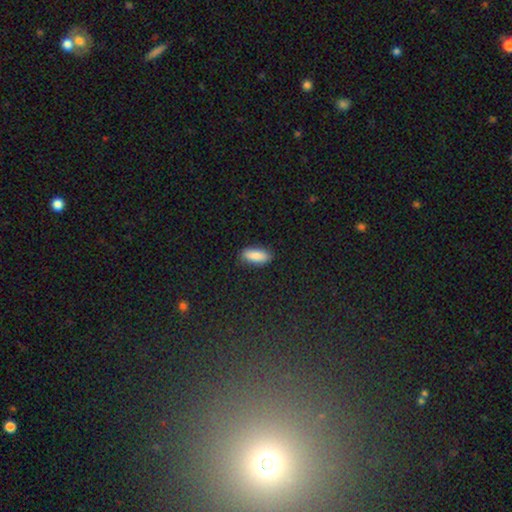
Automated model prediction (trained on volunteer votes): Smooth or featured? Predicted: smooth (p=0.87). How rounded? Predicted: in between (p=0.81). Merging? Predicted: none (p=0.86).